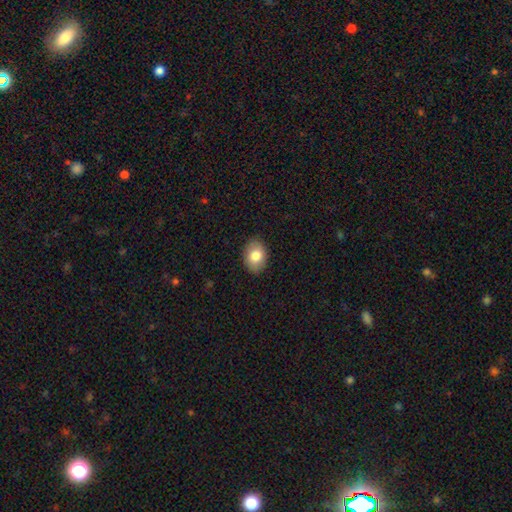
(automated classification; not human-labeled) Overall: smooth (82%). How rounded: in between (79%). Merging: none (89%).